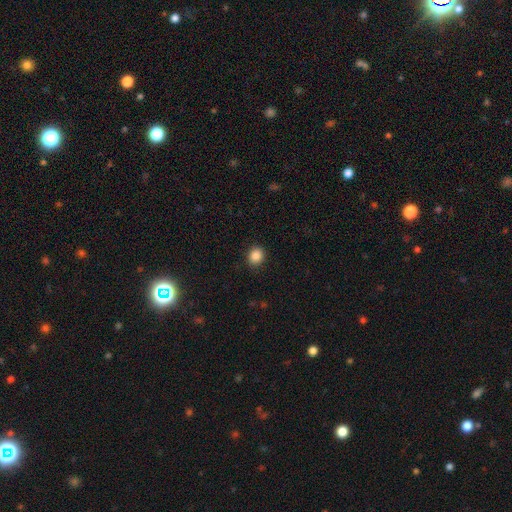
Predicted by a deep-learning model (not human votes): smooth 87%, star or artifact 10%, featured or disk 3%. Down the decision tree: how rounded — round (74%); merging — none (89%).